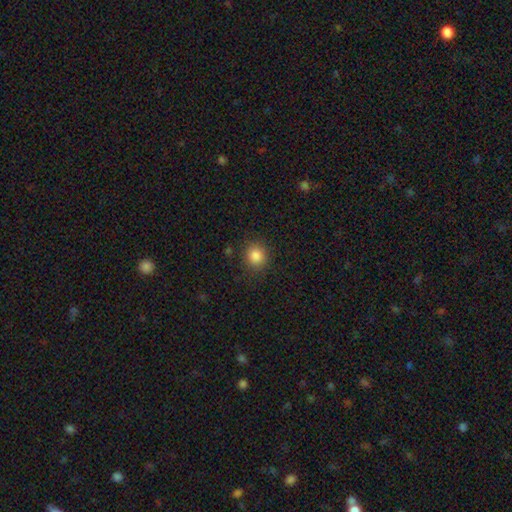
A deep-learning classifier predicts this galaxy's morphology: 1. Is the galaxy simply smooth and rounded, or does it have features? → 85% smooth, 11% star or artifact, 4% featured or disk.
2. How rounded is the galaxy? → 86% round, 13% in between, 1% cigar-shaped.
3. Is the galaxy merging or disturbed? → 87% none, 9% minor disturbance, 3% major disturbance, 1% merger.